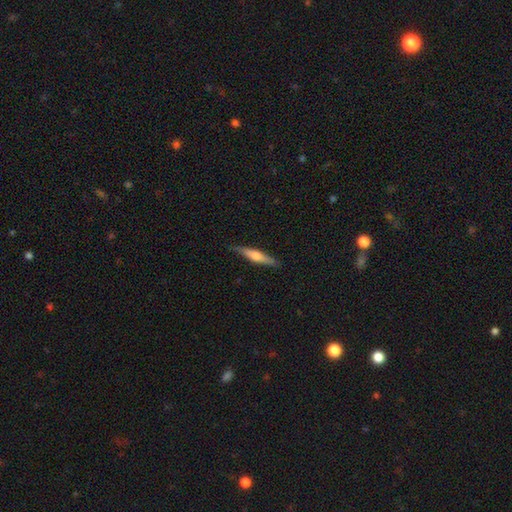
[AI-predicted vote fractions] The model was most divided on "smooth or featured": featured or disk: 51%, smooth: 44%, star or artifact: 5%. More confident: edge-on disk — yes (95%); merging — none (85%).